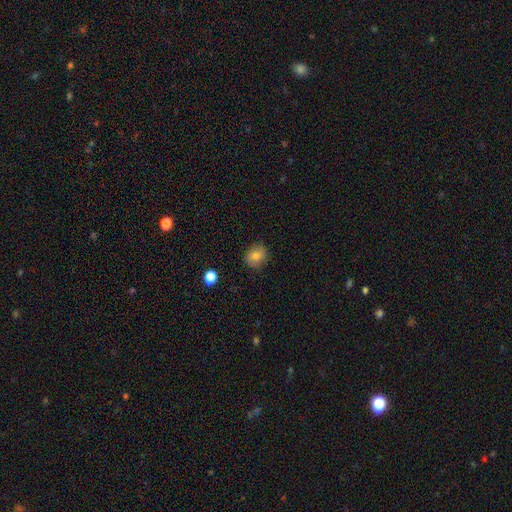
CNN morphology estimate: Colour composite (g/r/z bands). It shows a smooth galaxy with no disk features (78%) that is round (65%). Merging: none (83%).